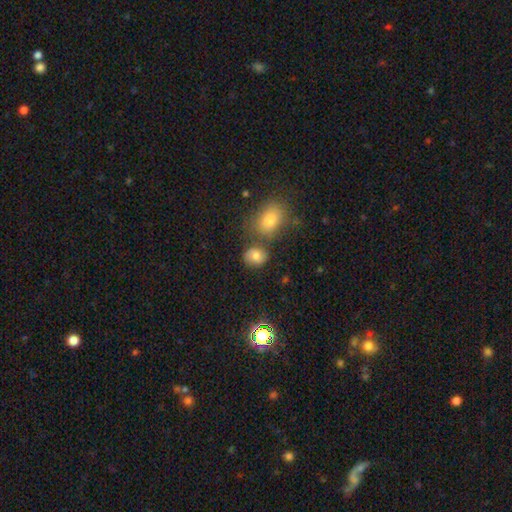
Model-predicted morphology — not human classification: A smooth galaxy with no disk features (78%) that is round (54%).

Vote fractions:
- Smooth or featured? smooth: 78% / star or artifact: 13% / featured or disk: 9%
- How rounded? round: 54% / in between: 45% / cigar-shaped: 1%
- Merging? none: 67% / merger: 15% / minor disturbance: 14% / major disturbance: 5%